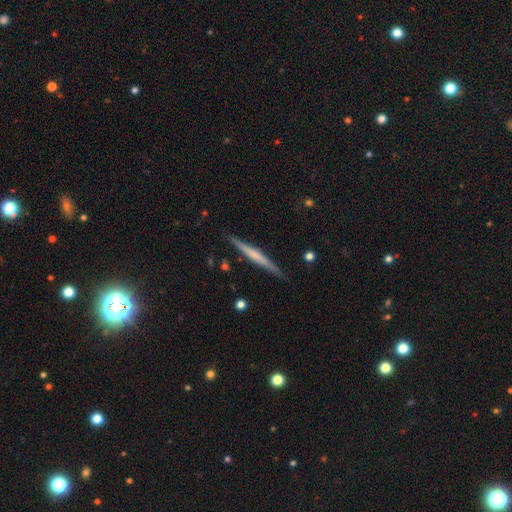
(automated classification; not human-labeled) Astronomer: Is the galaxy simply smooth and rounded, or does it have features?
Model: featured or disk — 59% (runner-up: smooth, 35%).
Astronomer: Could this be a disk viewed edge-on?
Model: yes — 98%.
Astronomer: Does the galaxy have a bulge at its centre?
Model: none — 52% (runner-up: rounded, 33%).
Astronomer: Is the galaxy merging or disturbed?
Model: none — 89%.